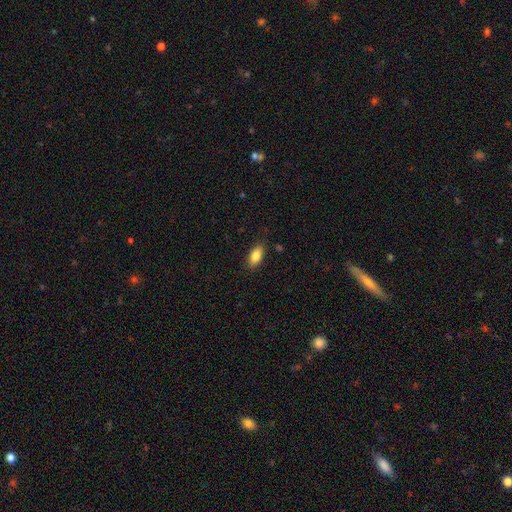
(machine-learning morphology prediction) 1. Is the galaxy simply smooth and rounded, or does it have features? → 84% smooth, 9% featured or disk, 7% star or artifact.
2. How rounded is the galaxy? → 87% in between, 10% cigar-shaped, 3% round.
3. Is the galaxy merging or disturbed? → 85% none, 11% minor disturbance, 3% major disturbance, 1% merger.